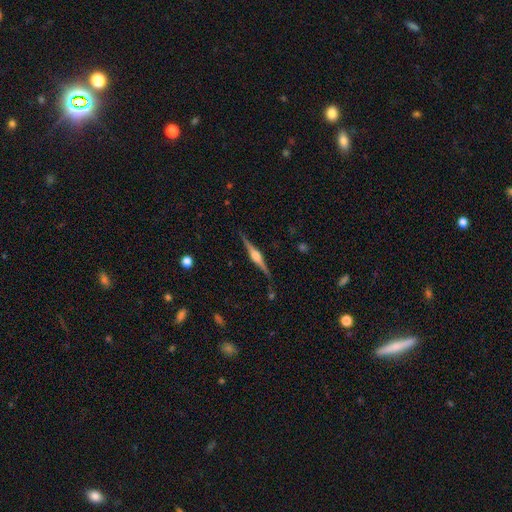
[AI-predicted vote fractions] smooth-or-featured: featured or disk: 85% | smooth: 10% | star or artifact: 6%
  disk-edge-on: yes: 98% | no: 2%
    edge-on-bulge: rounded: 89% | boxy: 9% | none: 2%
  merging: none: 87% | minor disturbance: 10% | major disturbance: 2% | merger: 2%